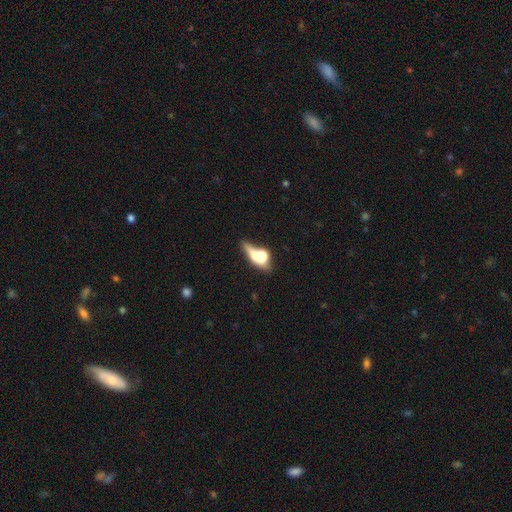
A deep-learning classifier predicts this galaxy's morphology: Smooth or featured? Predicted: smooth (p=0.56). How rounded? Predicted: in between (p=0.49). Merging? Predicted: merger (p=0.39).